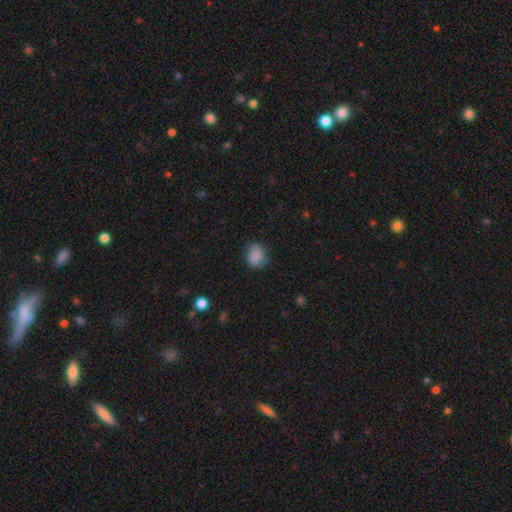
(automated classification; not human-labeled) A smooth galaxy with no disk features (82%) that is round (54%).

Vote fractions:
- Smooth or featured? smooth: 82% / featured or disk: 9% / star or artifact: 9%
- How rounded? round: 54% / in between: 45% / cigar-shaped: 1%
- Merging? none: 69% / minor disturbance: 23% / major disturbance: 7% / merger: 1%